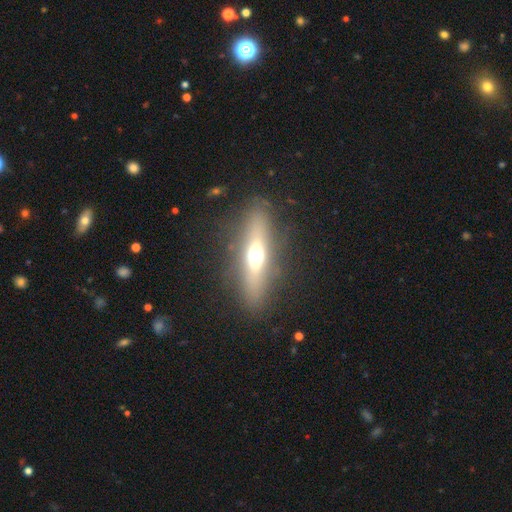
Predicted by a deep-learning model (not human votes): Smooth or featured?
  - featured or disk: 49% *
  - smooth: 41%
  - star or artifact: 10%
Merging?
  - none: 84% *
  - minor disturbance: 10%
  - major disturbance: 5%
  - merger: 1%